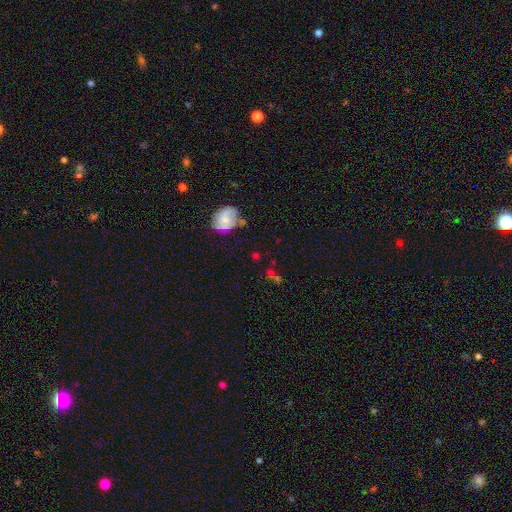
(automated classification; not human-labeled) Smooth or featured: smooth — 49% (featured or disk — 34%)
Merging: none — 60% (minor disturbance — 17%)